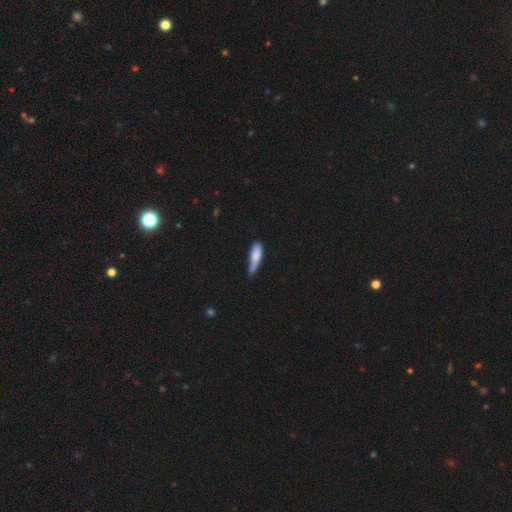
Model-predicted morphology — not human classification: smooth-or-featured: smooth: 77% | featured or disk: 16% | star or artifact: 7%
  how-rounded: cigar-shaped: 65% | in between: 33% | round: 2%
  merging: minor disturbance: 45% | none: 37% | major disturbance: 13% | merger: 6%